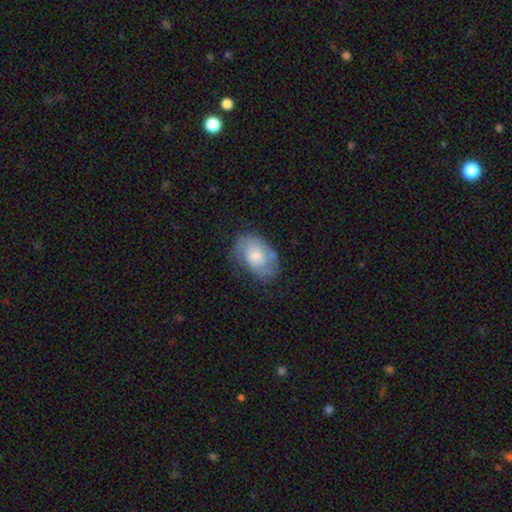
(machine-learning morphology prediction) type=smooth (53%); roundness=in between (87%); merging=none (58%).